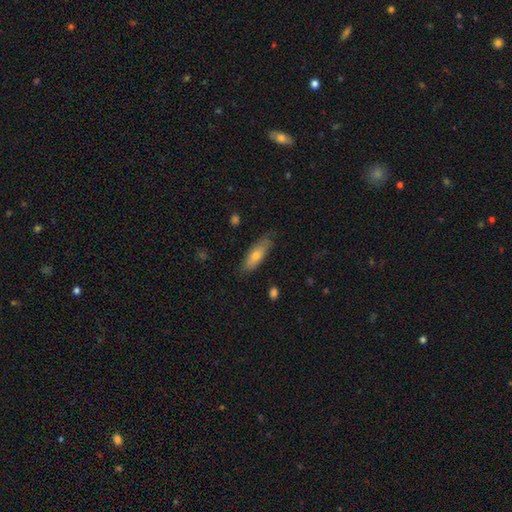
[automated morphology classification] Smooth or featured: smooth — 64% (featured or disk — 30%)
How rounded: in between — 53% (cigar-shaped — 45%)
Merging: none — 79% (minor disturbance — 17%)